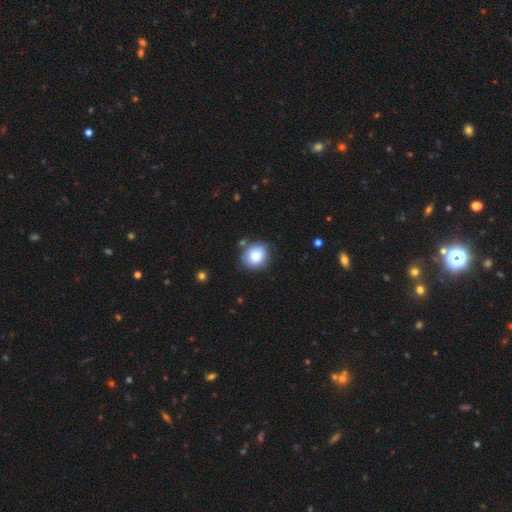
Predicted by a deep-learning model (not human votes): Morphology: type=smooth (81%); roundness=round (71%); merging=none (67%).